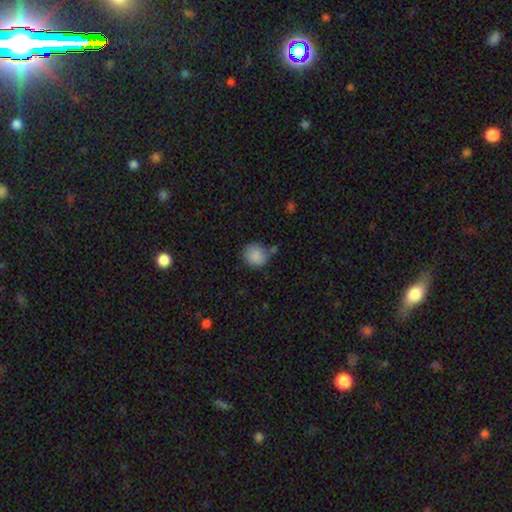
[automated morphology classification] type=smooth (88%); roundness=round (87%); merging=none (72%).